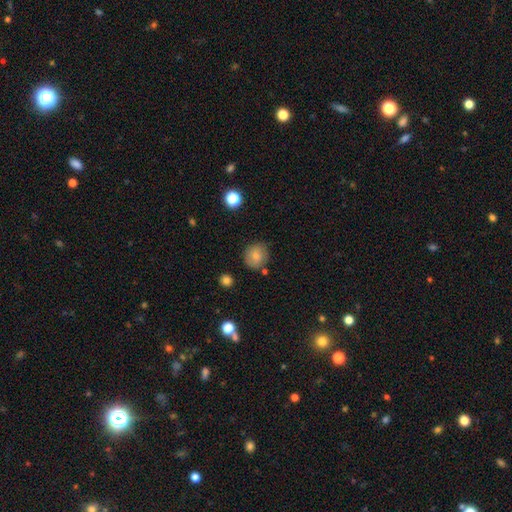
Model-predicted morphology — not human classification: Q: Smooth or featured?
A: smooth (80%); runner-up: featured or disk (10%)
Q: How rounded?
A: round (82%); runner-up: in between (17%)
Q: Merging?
A: none (78%); runner-up: minor disturbance (15%)